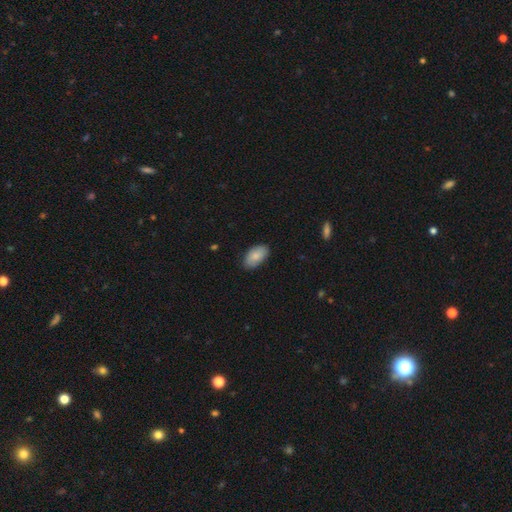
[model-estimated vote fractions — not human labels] This appears to be a smooth galaxy with no disk features (84%) that is in between round and cigar-shaped (95%). Merging: none (83%).